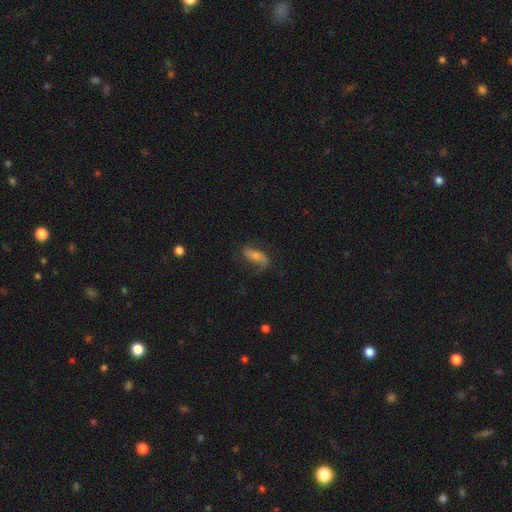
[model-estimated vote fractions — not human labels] A featured or disk galaxy (57%) with no bar (48%), spiral arms (87%) and a small central bulge (45%).

Vote fractions:
- Smooth or featured? featured or disk: 57% / smooth: 33% / star or artifact: 10%
- Edge-on disk? no: 89% / yes: 11%
- Bar? no: 48% / weak: 29% / strong: 23%
- Spiral arms? yes: 87% / no: 13%
- Bulge size? small: 45% / moderate: 43% / none: 5% / large: 5% / dominant: 2%
- Merging? none: 68% / minor disturbance: 20% / major disturbance: 10% / merger: 2%